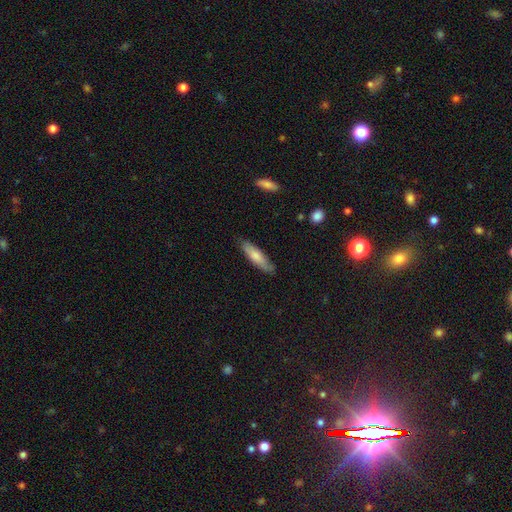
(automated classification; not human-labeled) smooth-or-featured: smooth: 74% | featured or disk: 21% | star or artifact: 5%
  how-rounded: cigar-shaped: 71% | in between: 28% | round: 1%
  merging: none: 82% | minor disturbance: 15% | major disturbance: 2% | merger: 1%